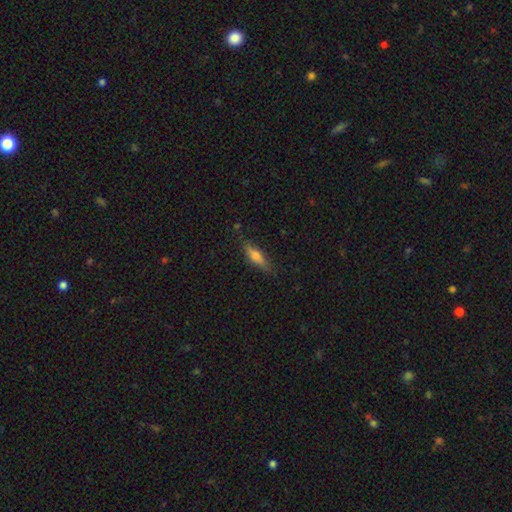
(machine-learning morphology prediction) type=smooth (59%); roundness=cigar-shaped (62%); merging=none (79%).